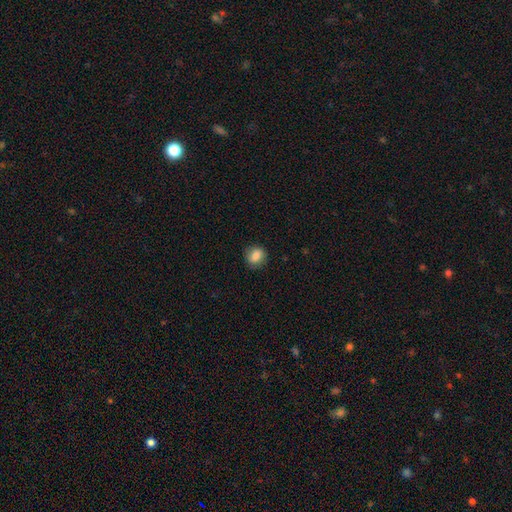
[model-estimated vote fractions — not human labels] A smooth galaxy with no disk features (82%) that is round (68%).

Vote fractions:
- Smooth or featured? smooth: 82% / featured or disk: 9% / star or artifact: 9%
- How rounded? round: 68% / in between: 31% / cigar-shaped: 1%
- Merging? none: 83% / minor disturbance: 13% / major disturbance: 3% / merger: 1%